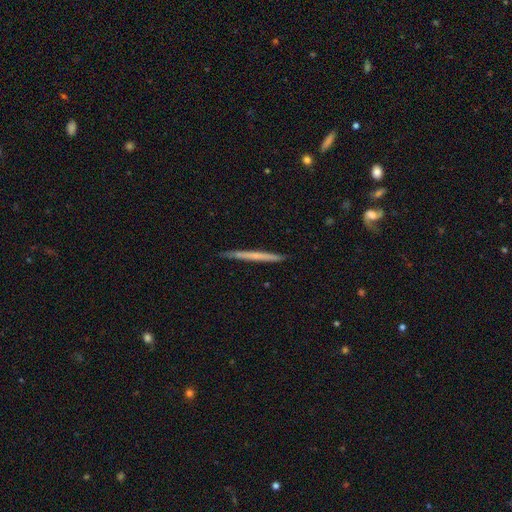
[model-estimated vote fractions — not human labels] Overall: featured or disk (49%; smooth 45%). Merging: none (89%).